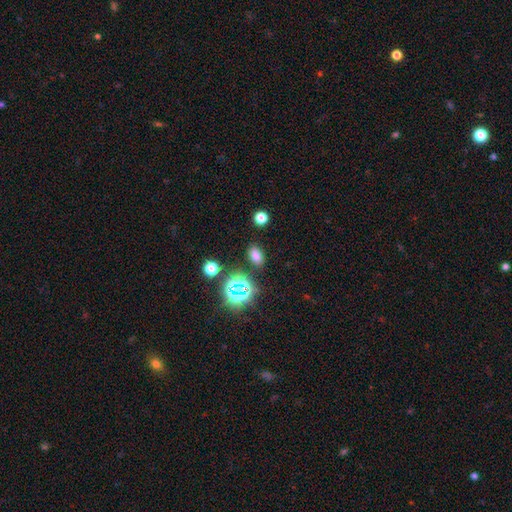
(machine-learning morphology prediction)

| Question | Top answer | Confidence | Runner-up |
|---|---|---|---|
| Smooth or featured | smooth | 70% | star or artifact (24%) |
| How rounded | in between | 85% | round (13%) |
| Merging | none | 85% | minor disturbance (9%) |